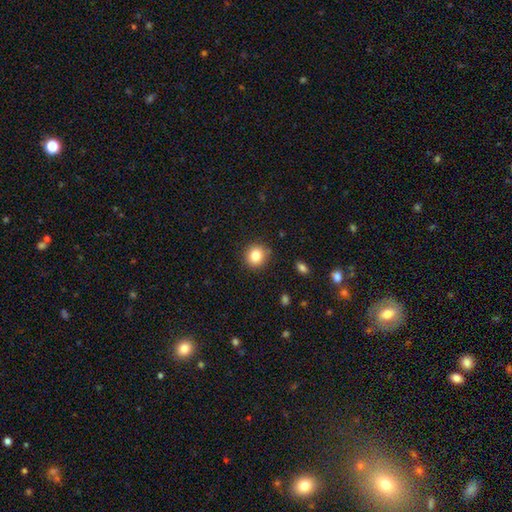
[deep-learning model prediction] Smooth or featured? Predicted: smooth (p=0.83). How rounded? Predicted: round (p=0.90). Merging? Predicted: none (p=0.88).